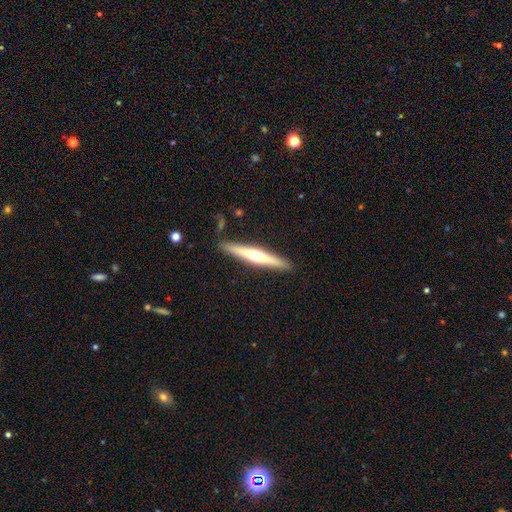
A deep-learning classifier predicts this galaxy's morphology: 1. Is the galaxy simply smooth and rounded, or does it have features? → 60% featured or disk, 35% smooth, 5% star or artifact.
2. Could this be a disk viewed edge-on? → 97% yes, 3% no.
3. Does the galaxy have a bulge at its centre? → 84% rounded, 12% none, 4% boxy.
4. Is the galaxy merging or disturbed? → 89% none, 8% minor disturbance, 2% major disturbance, 2% merger.